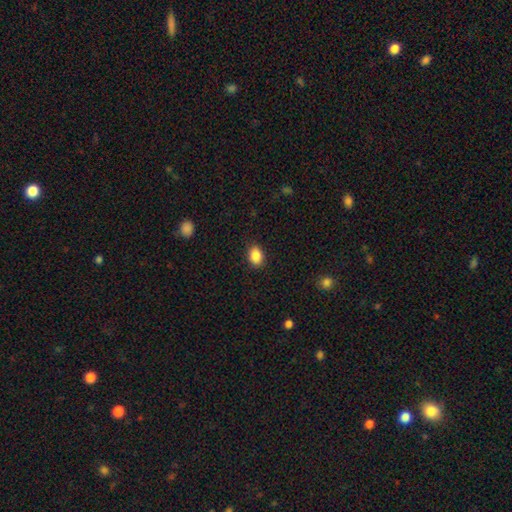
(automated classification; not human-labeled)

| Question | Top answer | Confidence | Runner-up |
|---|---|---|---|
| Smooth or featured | smooth | 88% | star or artifact (8%) |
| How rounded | in between | 77% | round (22%) |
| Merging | none | 88% | minor disturbance (9%) |